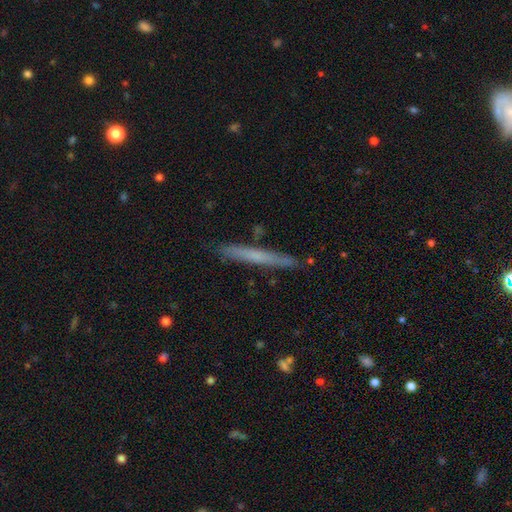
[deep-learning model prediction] A smooth galaxy with no disk features (53%) that is cigar-shaped (96%). Merging: none (87%).